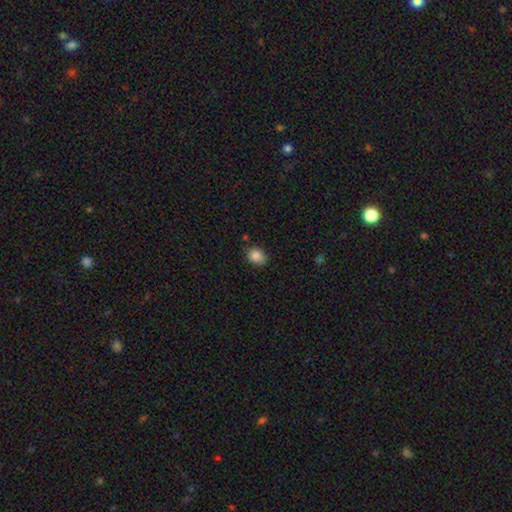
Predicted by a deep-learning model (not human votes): smooth 85%, star or artifact 9%, featured or disk 6%. Down the decision tree: how rounded — in between (56%); merging — none (80%).